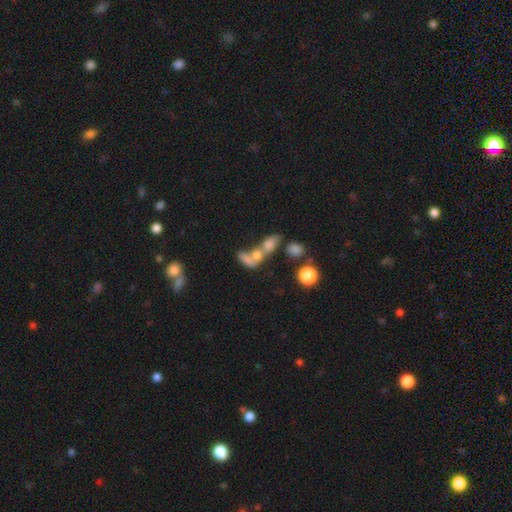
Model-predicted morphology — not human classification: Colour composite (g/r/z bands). It shows a smooth galaxy with no disk features (49%). Merging: merger (60%).